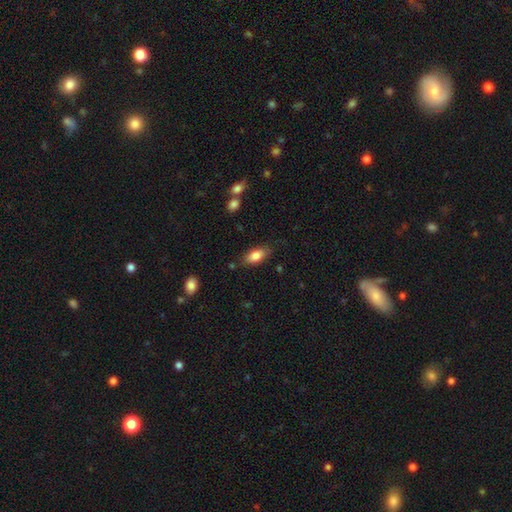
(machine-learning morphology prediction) A smooth galaxy with no disk features (81%) that is in between round and cigar-shaped (86%). Merging: none (79%).